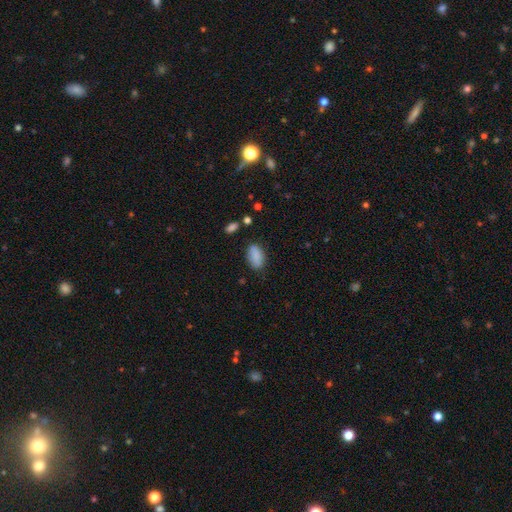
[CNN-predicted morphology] This is clearly a smooth galaxy (87%). How rounded: clearly in between (92%). Merging: likely none (76%).